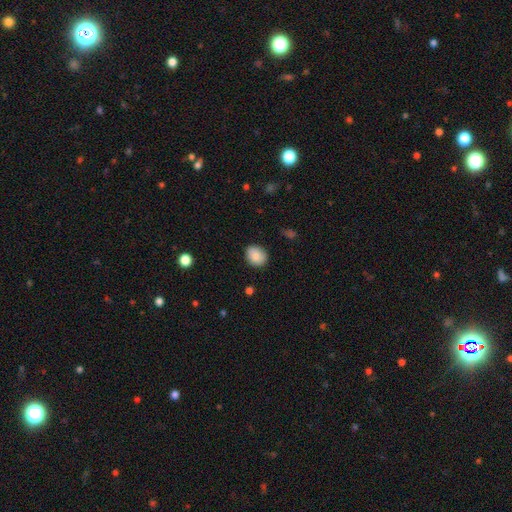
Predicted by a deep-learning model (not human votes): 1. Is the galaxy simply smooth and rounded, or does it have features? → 87% smooth, 8% star or artifact, 5% featured or disk.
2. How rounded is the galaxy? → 56% round, 43% in between, 1% cigar-shaped.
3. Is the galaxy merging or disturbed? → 86% none, 10% minor disturbance, 2% major disturbance, 1% merger.